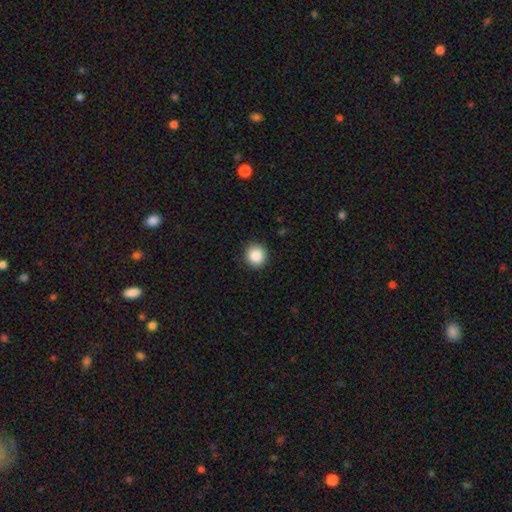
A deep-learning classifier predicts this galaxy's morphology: A smooth galaxy with no disk features (87%) that is round (91%).

Vote fractions:
- Smooth or featured? smooth: 87% / star or artifact: 9% / featured or disk: 4%
- How rounded? round: 91% / in between: 8% / cigar-shaped: 1%
- Merging? none: 92% / minor disturbance: 6% / major disturbance: 2% / merger: 1%